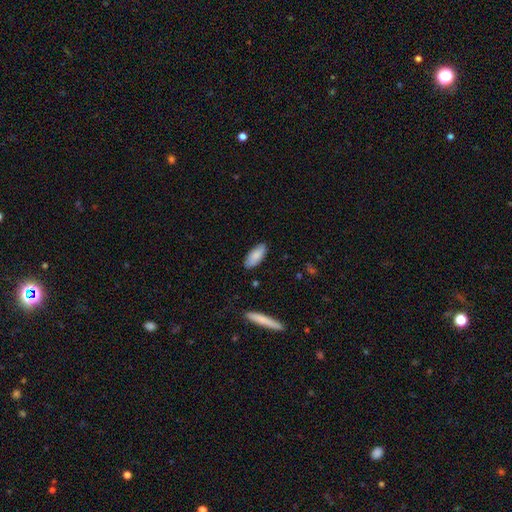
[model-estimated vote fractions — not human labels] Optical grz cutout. It shows a smooth galaxy with no disk features (84%) that is in between round and cigar-shaped (81%). Merging: none (85%).